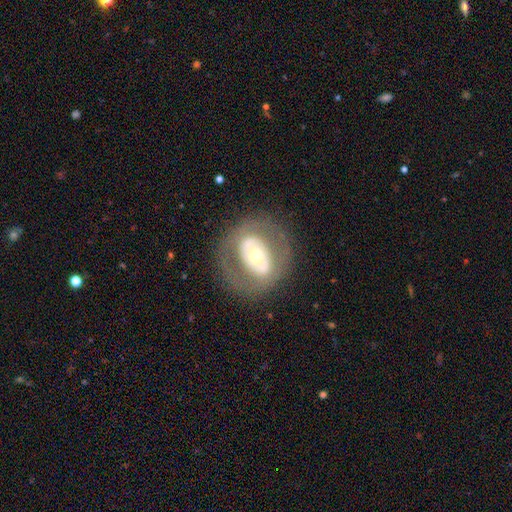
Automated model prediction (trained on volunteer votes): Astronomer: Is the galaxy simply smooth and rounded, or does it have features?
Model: featured or disk — 61%.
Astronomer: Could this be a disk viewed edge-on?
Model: no — 93%.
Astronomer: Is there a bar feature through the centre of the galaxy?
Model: no — 72%.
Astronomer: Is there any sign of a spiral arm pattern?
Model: no — 82%.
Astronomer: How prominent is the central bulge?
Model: moderate — 50% (runner-up: small, 39%).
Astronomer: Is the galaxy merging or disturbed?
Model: none — 74%.